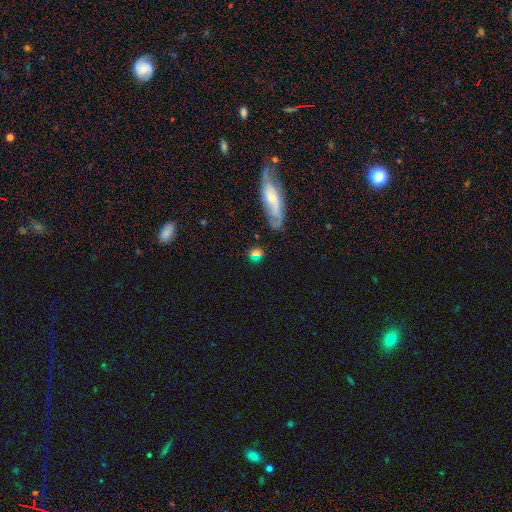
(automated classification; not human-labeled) Overall: smooth (69%). How rounded: round (58%; in between 35%). Merging: none (73%).